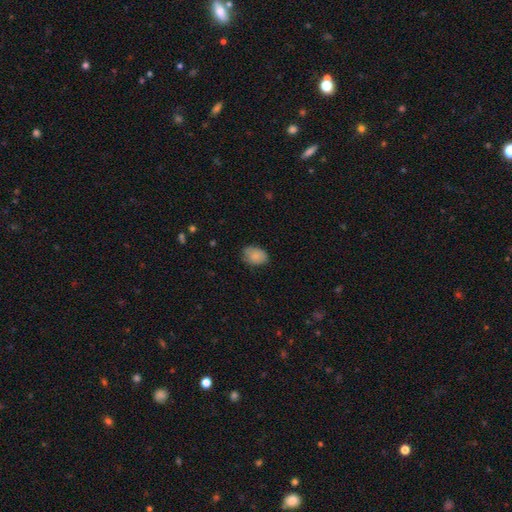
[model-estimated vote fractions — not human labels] The model was most divided on "merging": none: 74%, minor disturbance: 21%, major disturbance: 4%, merger: 1%. More confident: smooth or featured — smooth (85%); how rounded — in between (76%).